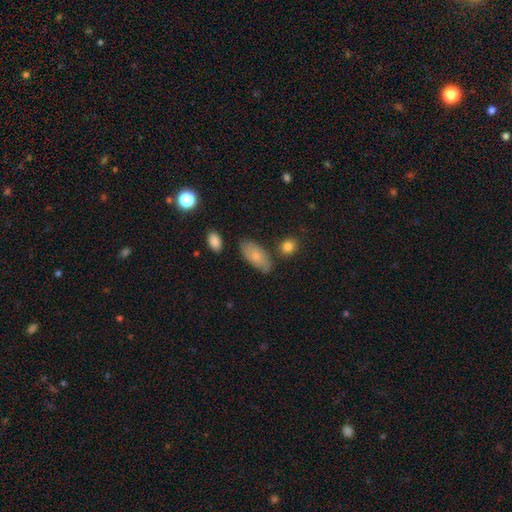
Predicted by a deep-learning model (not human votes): The model was most divided on "merging": none: 71%, minor disturbance: 20%, merger: 5%, major disturbance: 4%. More confident: how rounded — in between (90%); smooth or featured — smooth (73%).